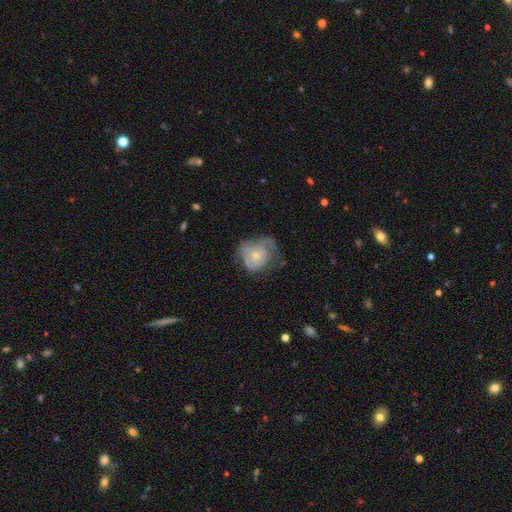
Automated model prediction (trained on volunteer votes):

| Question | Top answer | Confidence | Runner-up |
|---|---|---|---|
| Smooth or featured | featured or disk | 50% | smooth (43%) |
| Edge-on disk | no | 97% | yes (3%) |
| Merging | none | 37% | minor disturbance (33%) |